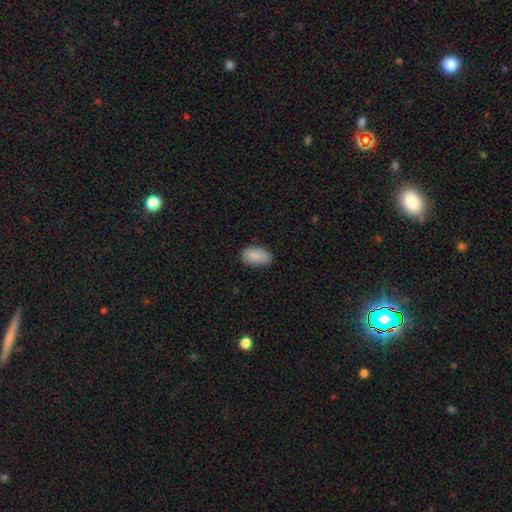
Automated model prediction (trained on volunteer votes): Morphology: type=smooth (87%); roundness=in between (92%); merging=none (78%).